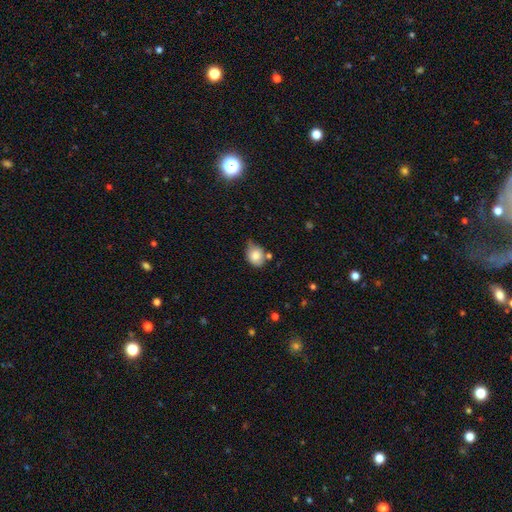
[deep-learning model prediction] Smooth or featured?
  - smooth: 79% *
  - featured or disk: 12%
  - star or artifact: 9%
How rounded?
  - in between: 51% *
  - round: 48%
  - cigar-shaped: 1%
Merging?
  - none: 44% *
  - minor disturbance: 39%
  - merger: 9%
  - major disturbance: 8%